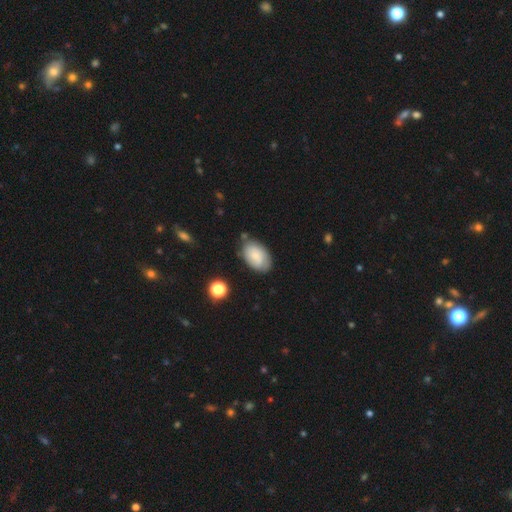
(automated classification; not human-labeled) smooth-or-featured: smooth: 75% | featured or disk: 17% | star or artifact: 7%
  how-rounded: in between: 92% | round: 7% | cigar-shaped: 1%
  merging: none: 72% | minor disturbance: 20% | major disturbance: 4% | merger: 4%